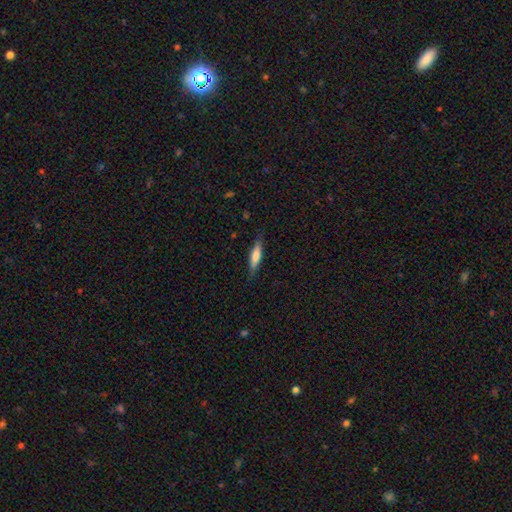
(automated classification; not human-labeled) smooth 65%, featured or disk 29%, star or artifact 6%. Down the decision tree: how rounded — cigar-shaped (76%); merging — none (84%).